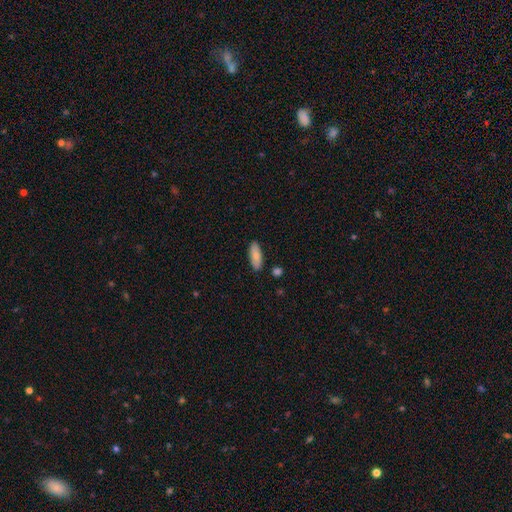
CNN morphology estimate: A smooth galaxy with no disk features (83%) that is in between round and cigar-shaped (74%). Merging: none (86%).